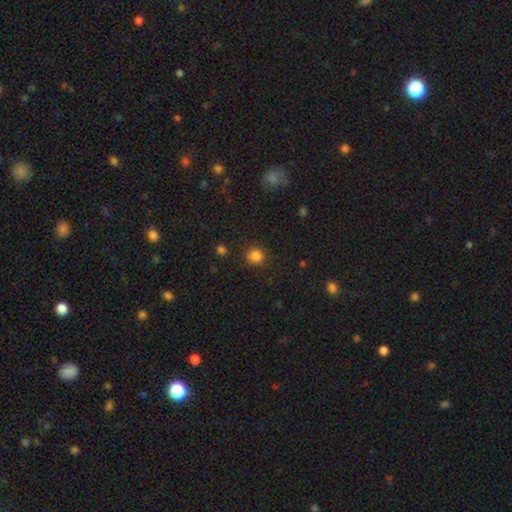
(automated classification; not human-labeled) smooth 82%, star or artifact 13%, featured or disk 5%. Down the decision tree: how rounded — round (82%); merging — none (82%).